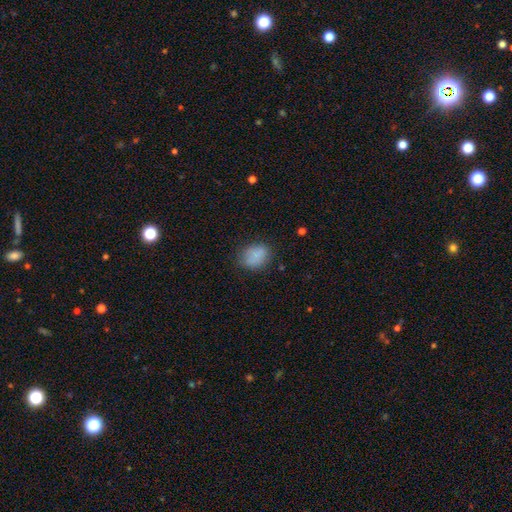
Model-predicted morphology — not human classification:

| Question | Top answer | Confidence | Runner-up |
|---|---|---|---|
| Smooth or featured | smooth | 84% | star or artifact (9%) |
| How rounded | in between | 63% | round (36%) |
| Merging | none | 72% | minor disturbance (20%) |